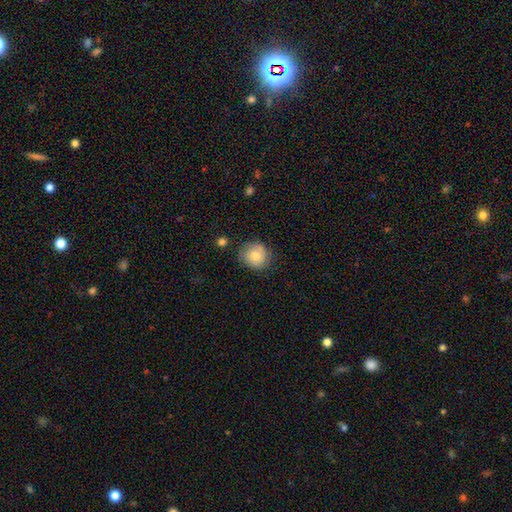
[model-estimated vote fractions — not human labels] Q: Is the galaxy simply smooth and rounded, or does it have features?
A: smooth — 70%.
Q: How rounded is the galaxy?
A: round — 84%.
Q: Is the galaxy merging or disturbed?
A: none — 75%.